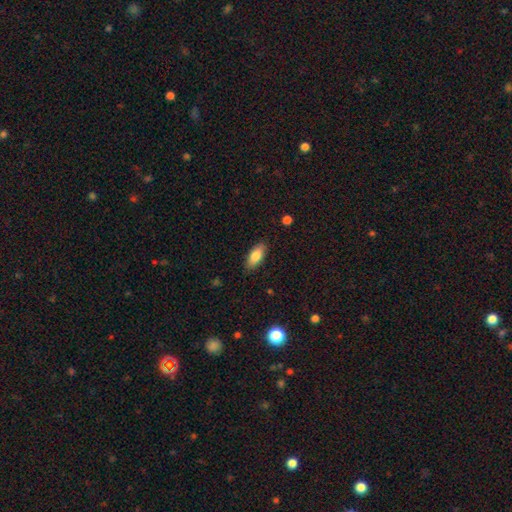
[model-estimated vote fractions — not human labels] Smooth or featured? smooth (82%)
How rounded? in between (84%)
Merging? none (87%)